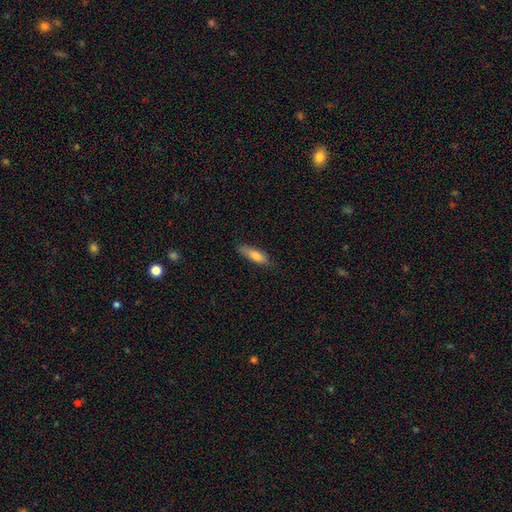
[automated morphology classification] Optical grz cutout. It shows a smooth galaxy with no disk features (75%) that is cigar-shaped (59%). Merging: none (80%).